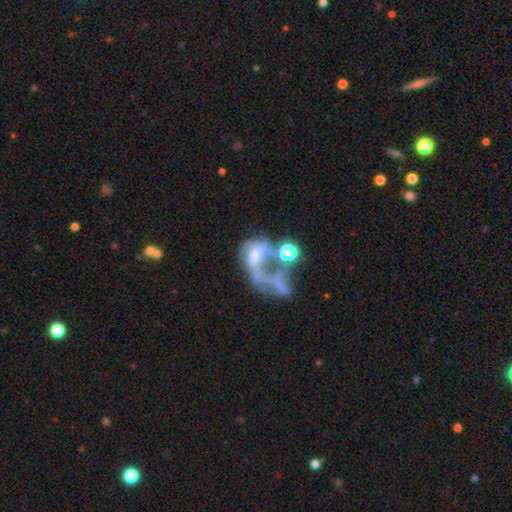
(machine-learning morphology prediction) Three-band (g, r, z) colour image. It shows a featured or disk galaxy (59%) with no bar (70%), no spiral arms (67%) and no central bulge (34%). Merging: major disturbance (42%).